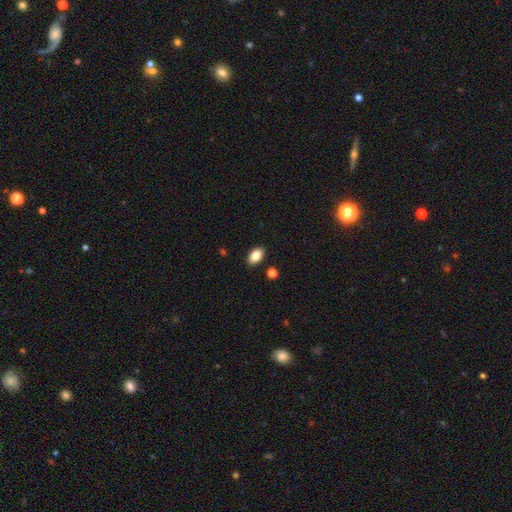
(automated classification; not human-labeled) A smooth galaxy with no disk features (84%) that is in between round and cigar-shaped (91%). Merging: none (88%).